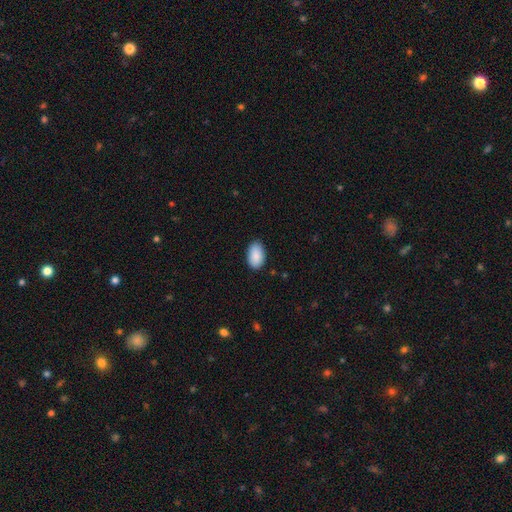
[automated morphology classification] Smooth or featured?
  - smooth: 90% *
  - star or artifact: 6%
  - featured or disk: 4%
How rounded?
  - in between: 93% *
  - round: 6%
  - cigar-shaped: 1%
Merging?
  - none: 83% *
  - minor disturbance: 13%
  - major disturbance: 2%
  - merger: 1%